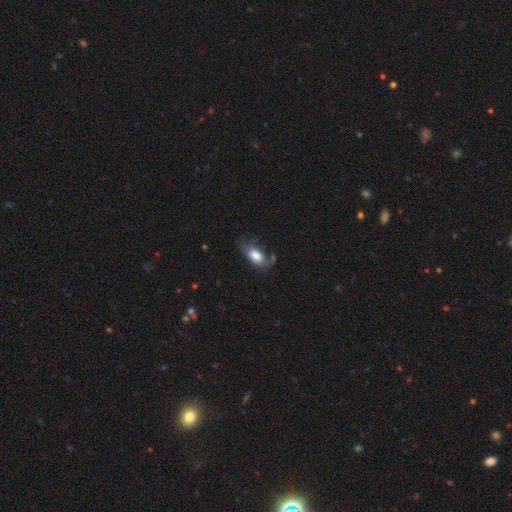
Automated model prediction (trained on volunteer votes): Q: Smooth or featured?
A: smooth (73%); runner-up: featured or disk (20%)
Q: How rounded?
A: in between (88%); runner-up: round (6%)
Q: Merging?
A: none (42%); runner-up: minor disturbance (31%)